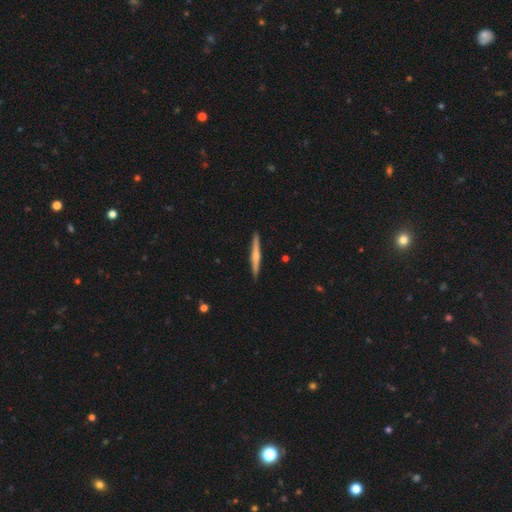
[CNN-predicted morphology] Q: Smooth or featured?
A: featured or disk (58%); runner-up: smooth (37%)
Q: Edge-on disk?
A: yes (98%); runner-up: no (2%)
Q: Edge-on bulge?
A: rounded (68%); runner-up: none (22%)
Q: Merging?
A: none (92%); runner-up: minor disturbance (6%)